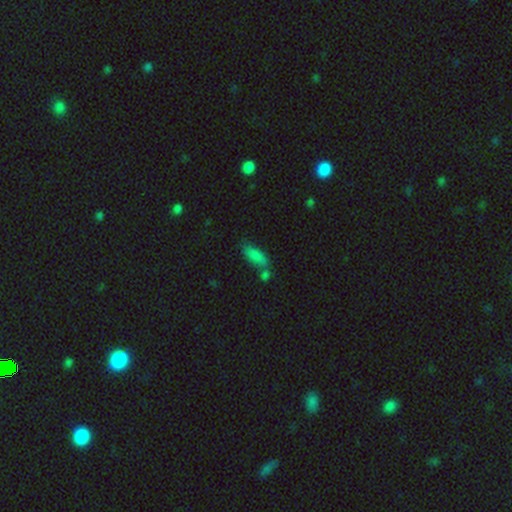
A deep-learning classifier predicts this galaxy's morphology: Smooth or featured? smooth (82%)
How rounded? in between (71%)
Merging? none (54%)